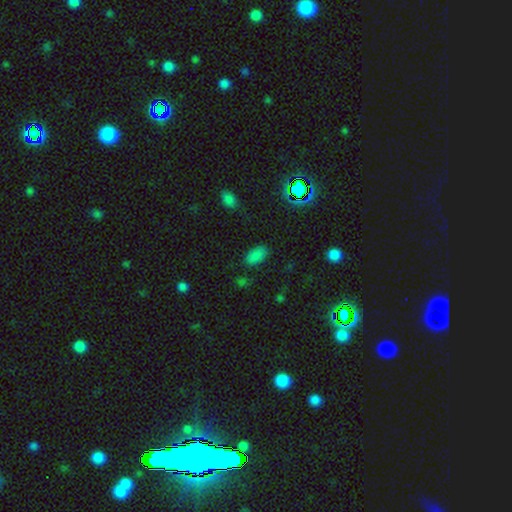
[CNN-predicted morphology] A smooth galaxy with no disk features (77%) that is in between round and cigar-shaped (93%).

Vote fractions:
- Smooth or featured? smooth: 77% / star or artifact: 19% / featured or disk: 5%
- How rounded? in between: 93% / round: 4% / cigar-shaped: 3%
- Merging? none: 81% / minor disturbance: 13% / major disturbance: 4% / merger: 2%